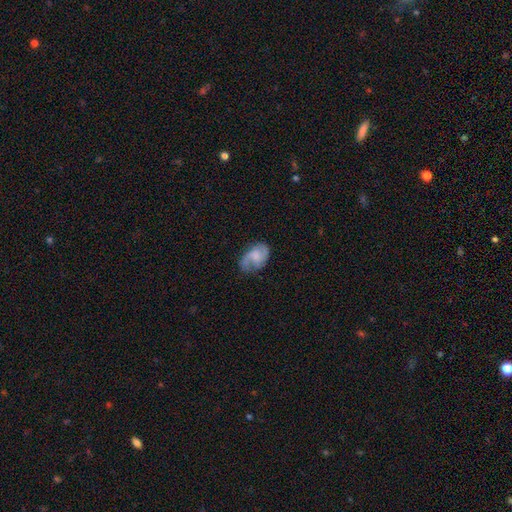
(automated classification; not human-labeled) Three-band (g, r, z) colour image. It shows a featured or disk galaxy (68%) with no bar (54%), 2 (80%) medium (48%) spiral arms (93%) and no central bulge (37%). Merging: none (68%).